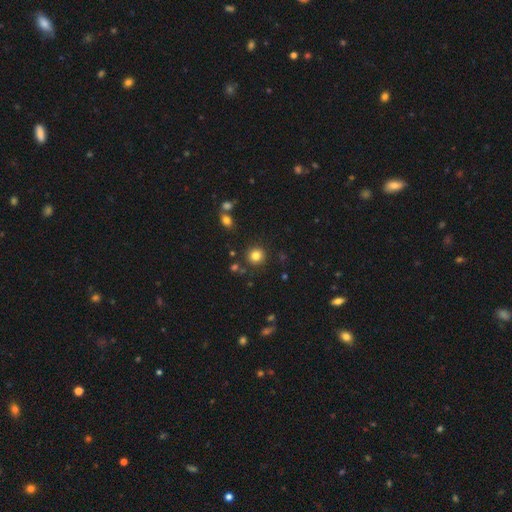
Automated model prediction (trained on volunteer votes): Smooth or featured? Predicted: smooth (p=0.82). How rounded? Predicted: round (p=0.91). Merging? Predicted: none (p=0.87).